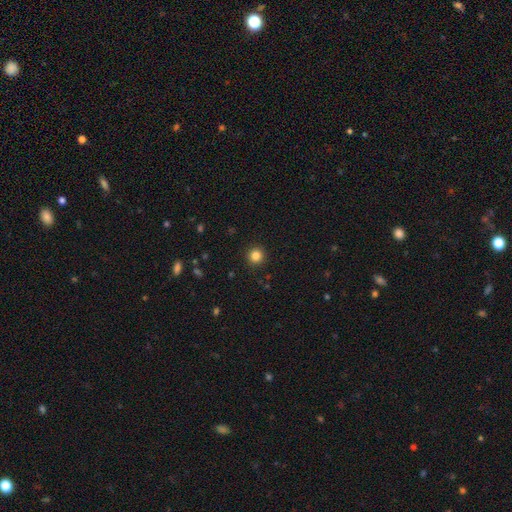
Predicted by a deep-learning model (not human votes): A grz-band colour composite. It shows a smooth galaxy with no disk features (84%) that is round (95%). Merging: none (93%).